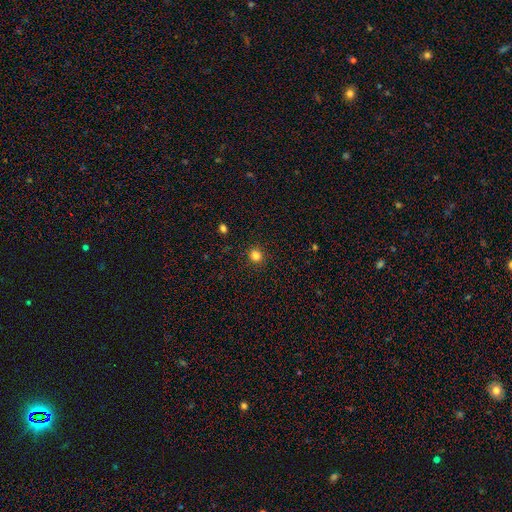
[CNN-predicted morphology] smooth-or-featured: smooth: 83% | star or artifact: 13% | featured or disk: 4%
  how-rounded: round: 83% | in between: 16% | cigar-shaped: 1%
  merging: none: 90% | minor disturbance: 6% | major disturbance: 2% | merger: 1%